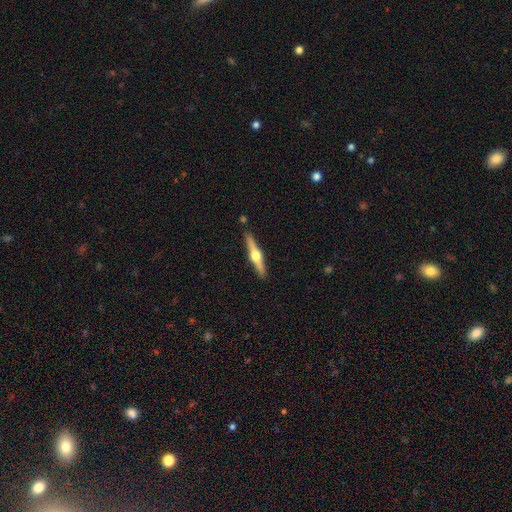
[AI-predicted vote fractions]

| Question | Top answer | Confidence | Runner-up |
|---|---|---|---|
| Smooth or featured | featured or disk | 75% | smooth (20%) |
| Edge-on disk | yes | 98% | no (2%) |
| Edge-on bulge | rounded | 96% | boxy (2%) |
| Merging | none | 89% | minor disturbance (7%) |